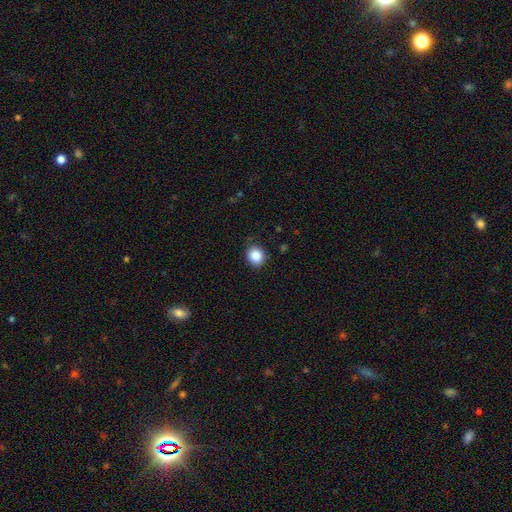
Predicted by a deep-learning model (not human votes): This appears to be a smooth galaxy with no disk features (86%) that is round (78%). Merging: none (87%).